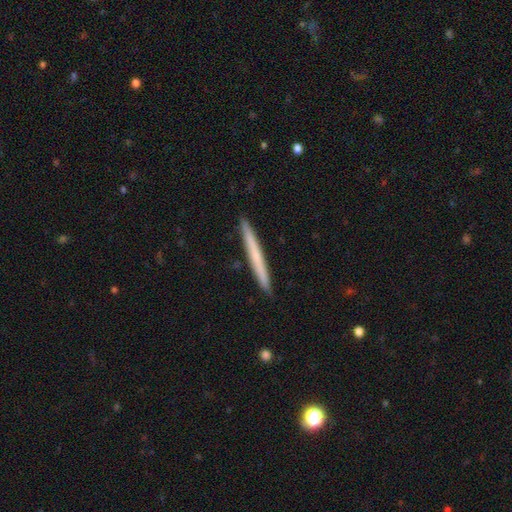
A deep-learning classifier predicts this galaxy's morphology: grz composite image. It shows a smooth galaxy with no disk features (56%) that is cigar-shaped (97%). Merging: none (93%).